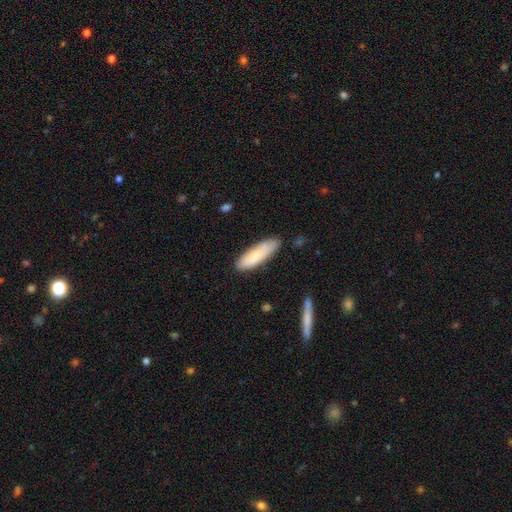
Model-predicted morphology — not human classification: A smooth galaxy with no disk features (78%) that is cigar-shaped (53%). Merging: none (79%).